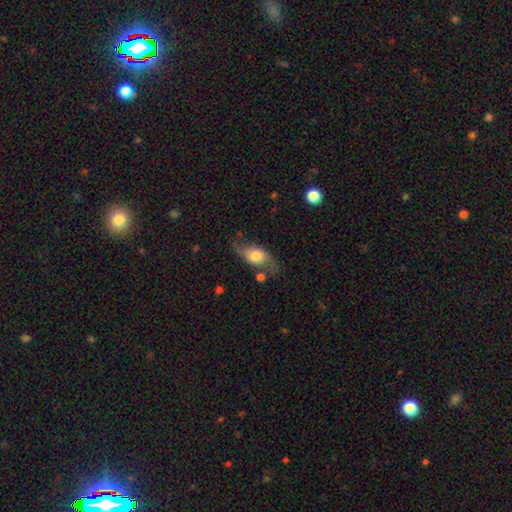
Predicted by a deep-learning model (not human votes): Smooth or featured? smooth (52%)
How rounded? in between (82%)
Merging? none (58%)